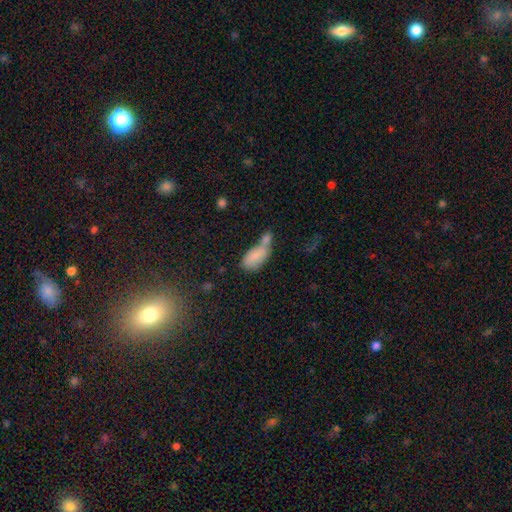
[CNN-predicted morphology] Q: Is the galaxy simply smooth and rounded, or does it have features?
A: smooth — 81%.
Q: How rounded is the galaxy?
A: in between — 92%.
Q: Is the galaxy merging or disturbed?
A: merger — 53%.